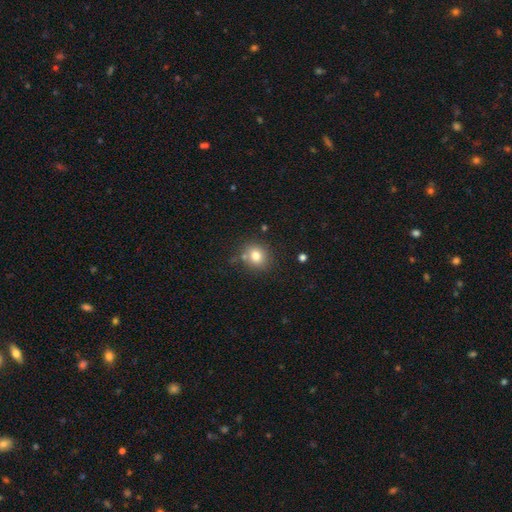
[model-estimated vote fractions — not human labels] This appears to be a smooth galaxy with no disk features (79%) that is round (75%). Merging: none (75%).